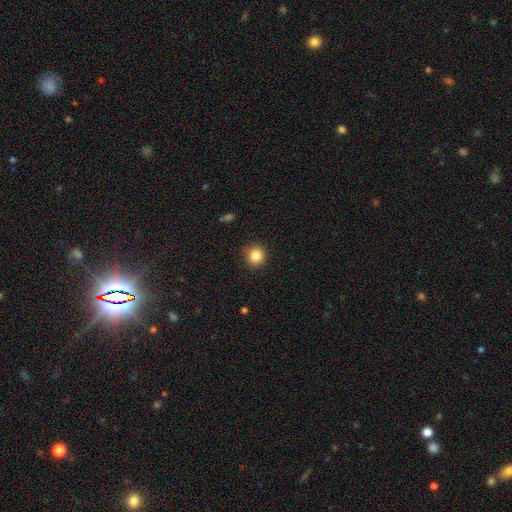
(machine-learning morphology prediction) This appears to be a smooth galaxy with no disk features (85%) that is round (92%). Merging: none (88%).